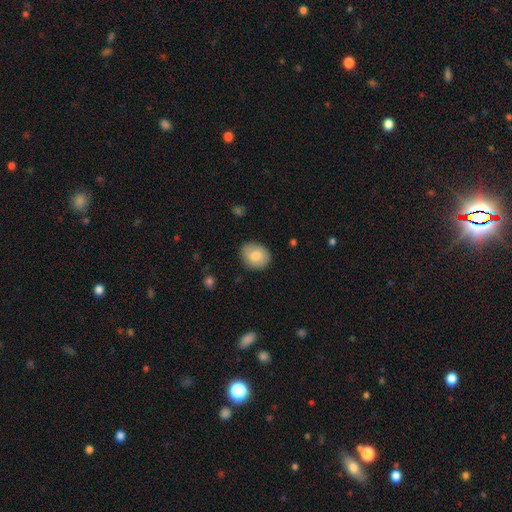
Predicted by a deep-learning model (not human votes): Overall: smooth (78%). How rounded: round (58%; in between 41%). Merging: none (81%).